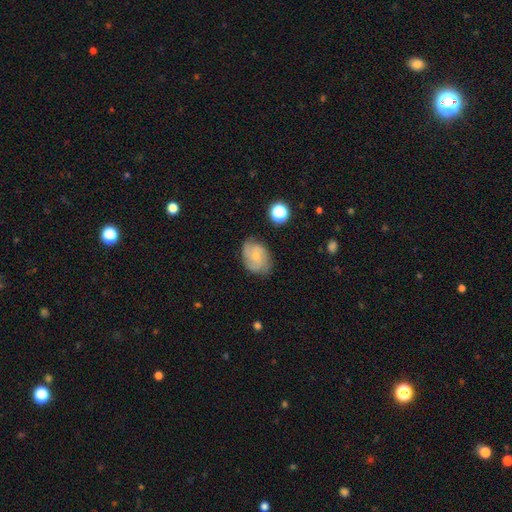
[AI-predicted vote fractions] Smooth or featured? featured or disk (61%)
Edge-on disk? no (97%)
Bar? no (61%)
Spiral arms? yes (89%)
Spiral winding? medium (44%)
Spiral arm count? 2 (37%)
Bulge size? small (66%)
Merging? none (71%)